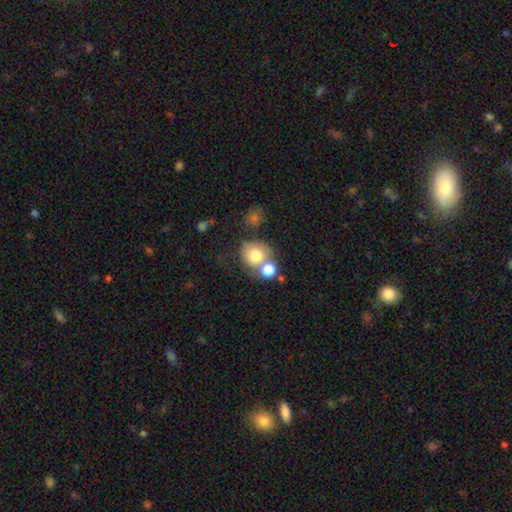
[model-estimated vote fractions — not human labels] Smooth or featured?
  - smooth: 75% *
  - featured or disk: 15%
  - star or artifact: 10%
How rounded?
  - round: 80% *
  - in between: 19%
  - cigar-shaped: 1%
Merging?
  - none: 41% *
  - merger: 40%
  - minor disturbance: 12%
  - major disturbance: 7%